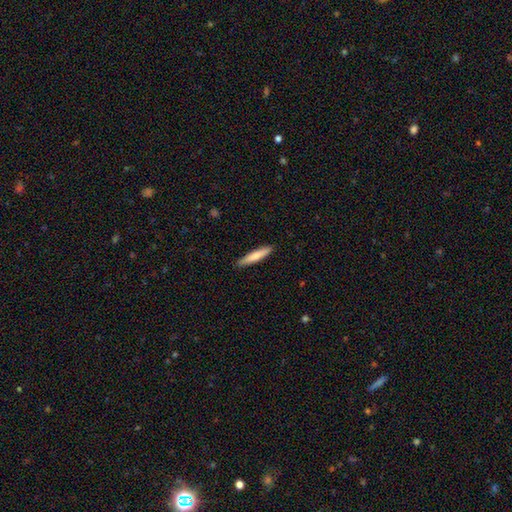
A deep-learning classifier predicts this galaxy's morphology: Overall: smooth (77%). How rounded: cigar-shaped (91%). Merging: none (90%).